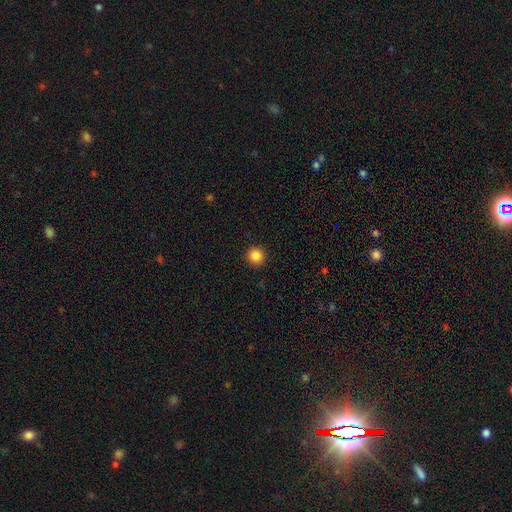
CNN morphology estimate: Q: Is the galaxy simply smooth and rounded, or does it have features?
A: smooth — 86%.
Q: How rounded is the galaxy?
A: round — 95%.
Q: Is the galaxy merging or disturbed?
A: none — 93%.